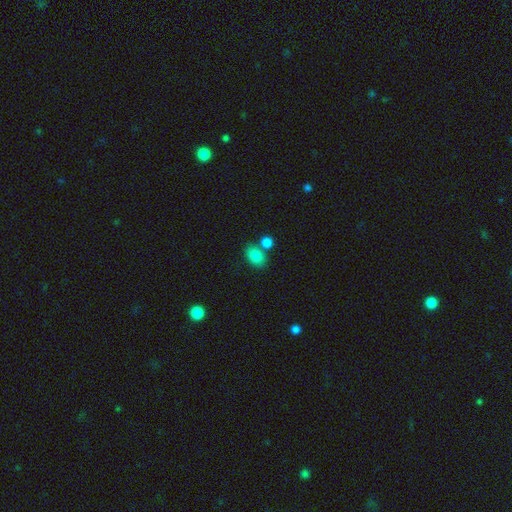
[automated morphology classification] The model was most divided on "merging": none: 61%, merger: 25%, minor disturbance: 11%, major disturbance: 3%. More confident: smooth or featured — smooth (83%); how rounded — in between (72%).